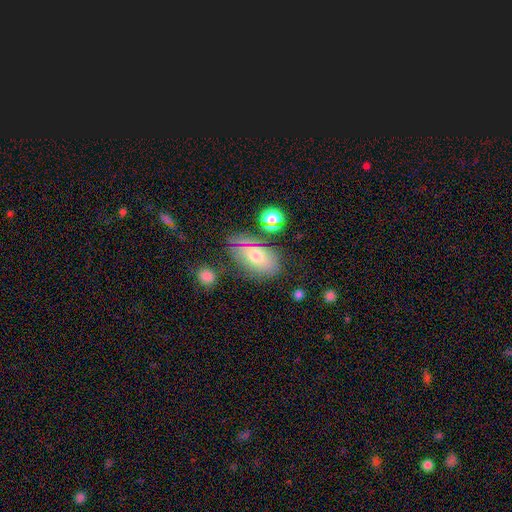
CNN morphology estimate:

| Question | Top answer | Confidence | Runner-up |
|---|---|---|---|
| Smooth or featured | smooth | 63% | featured or disk (23%) |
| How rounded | in between | 88% | round (10%) |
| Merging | none | 70% | minor disturbance (18%) |